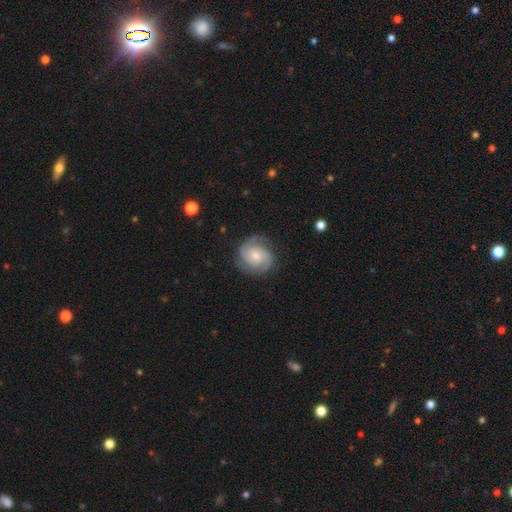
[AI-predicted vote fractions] Q: Smooth or featured?
A: featured or disk (81%); runner-up: smooth (13%)
Q: Edge-on disk?
A: no (98%); runner-up: yes (2%)
Q: Bar?
A: no (66%); runner-up: weak (29%)
Q: Spiral arms?
A: yes (97%); runner-up: no (3%)
Q: Spiral winding?
A: tight (55%); runner-up: medium (38%)
Q: Spiral arm count?
A: 2 (56%); runner-up: 3 (25%)
Q: Bulge size?
A: moderate (52%); runner-up: small (41%)
Q: Merging?
A: none (80%); runner-up: minor disturbance (14%)